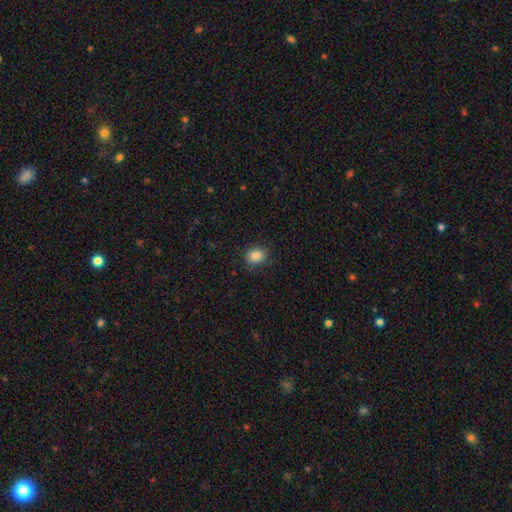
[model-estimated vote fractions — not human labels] Q: Smooth or featured?
A: smooth (86%); runner-up: star or artifact (10%)
Q: How rounded?
A: round (52%); runner-up: in between (47%)
Q: Merging?
A: none (87%); runner-up: minor disturbance (10%)